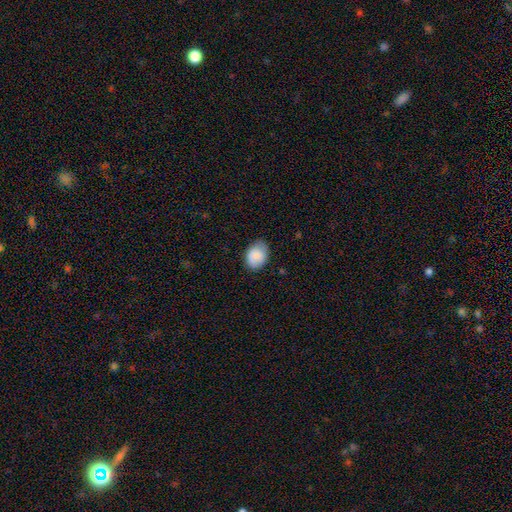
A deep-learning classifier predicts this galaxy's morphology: A smooth galaxy with no disk features (87%) that is in between round and cigar-shaped (68%).

Vote fractions:
- Smooth or featured? smooth: 87% / featured or disk: 7% / star or artifact: 7%
- How rounded? in between: 68% / round: 31% / cigar-shaped: 1%
- Merging? none: 74% / minor disturbance: 21% / major disturbance: 4% / merger: 1%